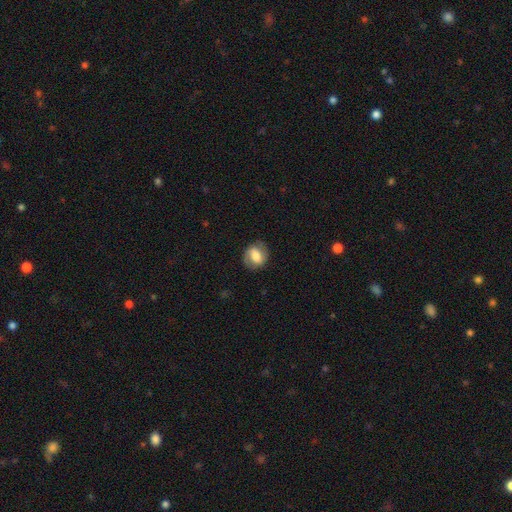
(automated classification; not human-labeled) Smooth or featured: featured or disk — 48% (smooth — 44%)
Merging: none — 79% (minor disturbance — 14%)